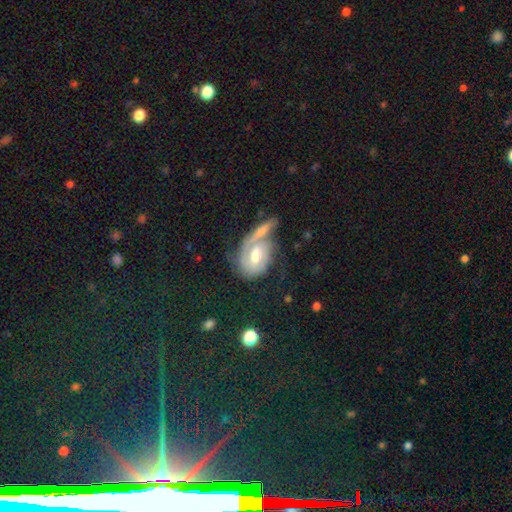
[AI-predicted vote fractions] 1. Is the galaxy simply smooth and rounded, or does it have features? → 67% featured or disk, 27% smooth, 7% star or artifact.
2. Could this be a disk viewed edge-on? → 94% no, 6% yes.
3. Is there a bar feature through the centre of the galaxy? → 43% weak, 42% no, 15% strong.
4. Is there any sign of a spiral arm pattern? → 80% yes, 20% no.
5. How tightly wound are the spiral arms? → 56% tight, 32% medium, 12% loose.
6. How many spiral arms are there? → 39% 2, 35% 1, 20% can't tell, 3% 3, 1% 4, 1% more than 4.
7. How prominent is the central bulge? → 70% moderate, 17% small, 10% large, 2% none, 1% dominant.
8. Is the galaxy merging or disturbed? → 37% none, 33% merger, 16% minor disturbance, 14% major disturbance.